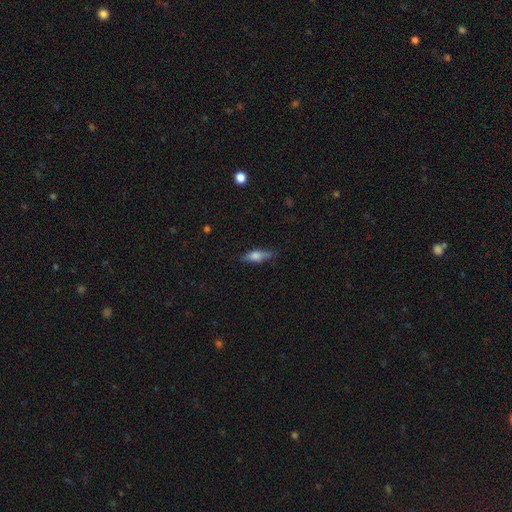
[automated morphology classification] Q: Smooth or featured?
A: smooth (56%); runner-up: featured or disk (36%)
Q: How rounded?
A: cigar-shaped (50%); runner-up: in between (46%)
Q: Merging?
A: none (74%); runner-up: minor disturbance (20%)